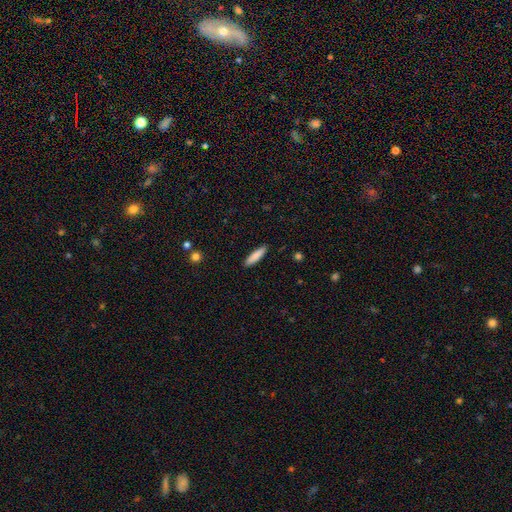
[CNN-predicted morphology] This appears to be a smooth galaxy with no disk features (85%) that is cigar-shaped (78%). Merging: none (90%).